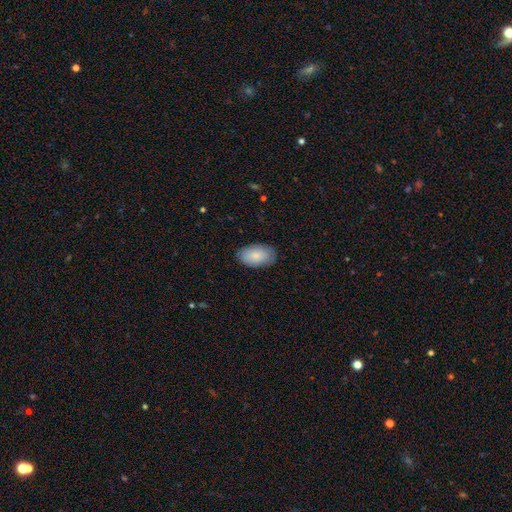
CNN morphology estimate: The model was most divided on "merging": none: 82%, minor disturbance: 14%, major disturbance: 3%, merger: 1%. More confident: how rounded — in between (93%); smooth or featured — smooth (83%).